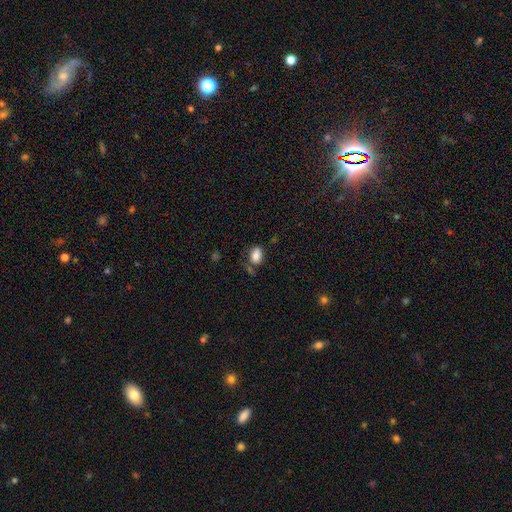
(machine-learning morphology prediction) Smooth or featured: smooth — 83% (star or artifact — 10%)
How rounded: in between — 84% (round — 15%)
Merging: none — 60% (minor disturbance — 21%)